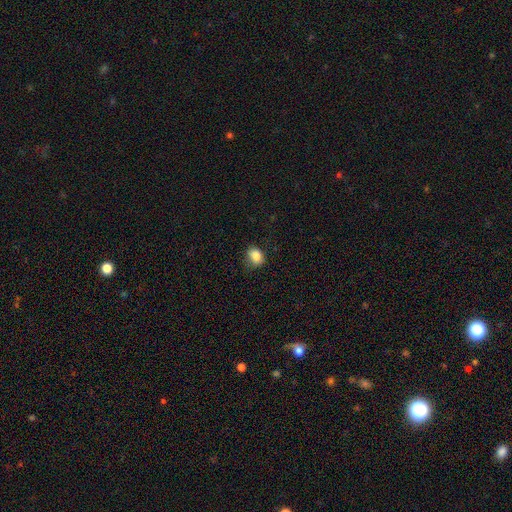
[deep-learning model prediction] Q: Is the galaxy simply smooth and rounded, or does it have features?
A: smooth — 86%.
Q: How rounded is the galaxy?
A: in between — 56%.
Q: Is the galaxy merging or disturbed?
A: none — 73%.